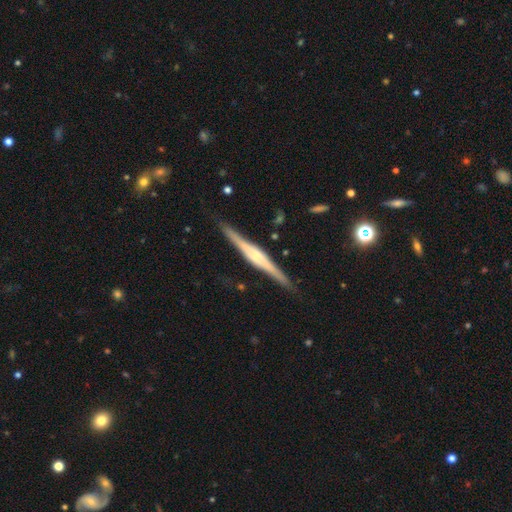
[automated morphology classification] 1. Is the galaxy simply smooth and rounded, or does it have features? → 80% featured or disk, 15% smooth, 5% star or artifact.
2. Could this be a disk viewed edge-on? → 98% yes, 2% no.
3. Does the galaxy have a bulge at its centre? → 59% rounded, 32% boxy, 9% none.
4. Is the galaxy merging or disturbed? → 88% none, 9% minor disturbance, 2% major disturbance, 1% merger.